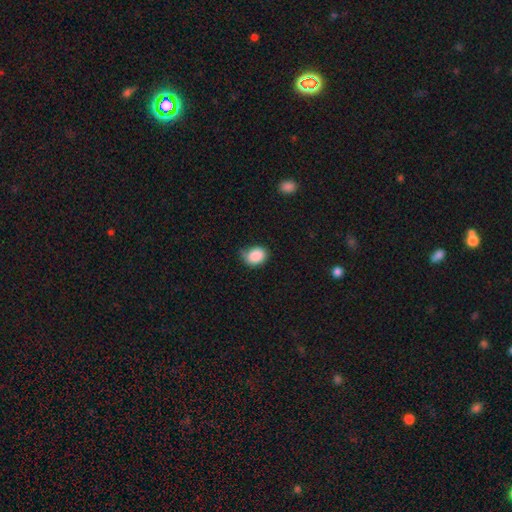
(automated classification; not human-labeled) smooth-or-featured: smooth: 88% | star or artifact: 8% | featured or disk: 4%
  how-rounded: in between: 56% | round: 43% | cigar-shaped: 1%
  merging: none: 55% | minor disturbance: 35% | major disturbance: 8% | merger: 2%